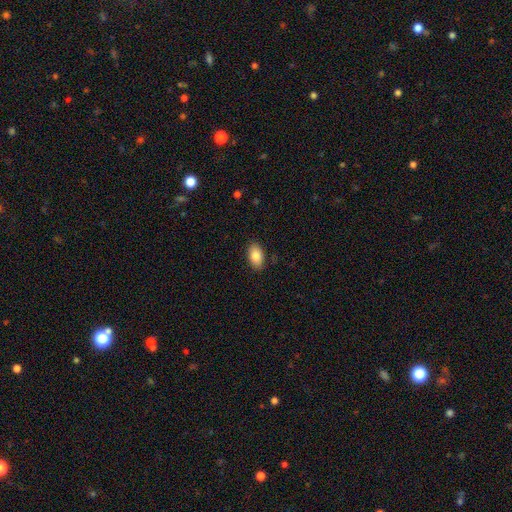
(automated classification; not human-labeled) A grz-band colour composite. It shows a smooth galaxy with no disk features (86%) that is in between round and cigar-shaped (93%). Merging: none (88%).